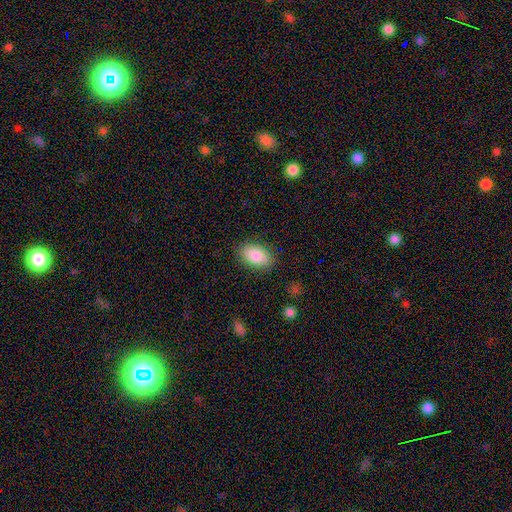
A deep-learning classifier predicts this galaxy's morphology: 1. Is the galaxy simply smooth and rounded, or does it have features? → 85% smooth, 8% featured or disk, 7% star or artifact.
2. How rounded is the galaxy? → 91% in between, 8% round, 1% cigar-shaped.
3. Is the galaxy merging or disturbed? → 86% none, 10% minor disturbance, 3% major disturbance, 1% merger.